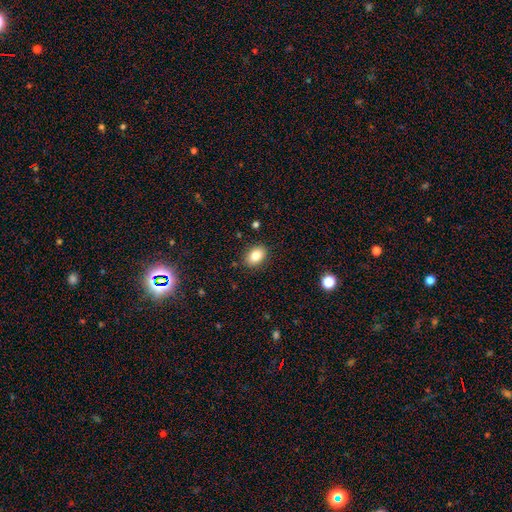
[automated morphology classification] Smooth or featured? smooth (85%)
How rounded? in between (79%)
Merging? none (87%)